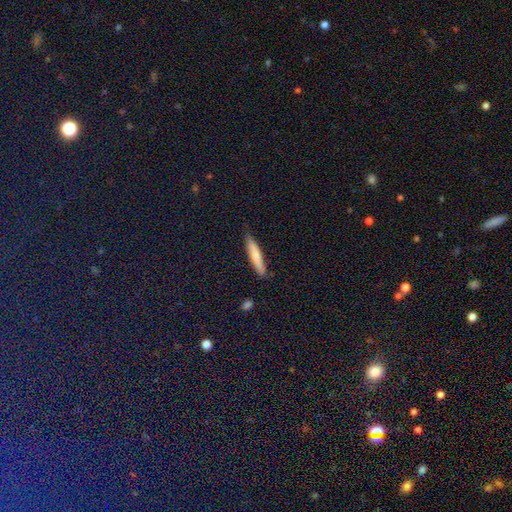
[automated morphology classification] Overall: smooth (68%). How rounded: cigar-shaped (86%). Merging: none (79%).